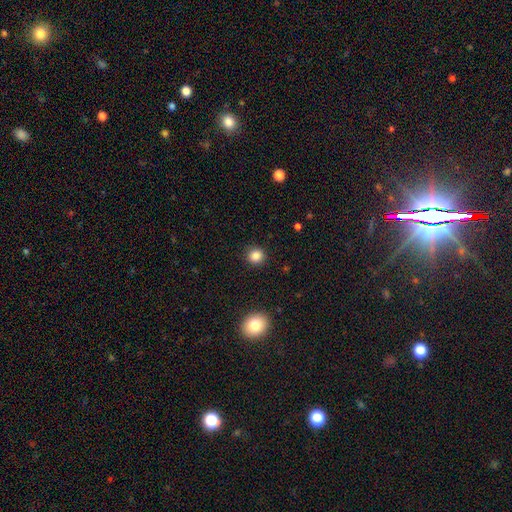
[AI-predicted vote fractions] A smooth galaxy with no disk features (85%) that is round (89%).

Vote fractions:
- Smooth or featured? smooth: 85% / star or artifact: 11% / featured or disk: 4%
- How rounded? round: 89% / in between: 10% / cigar-shaped: 1%
- Merging? none: 90% / minor disturbance: 6% / major disturbance: 2% / merger: 1%